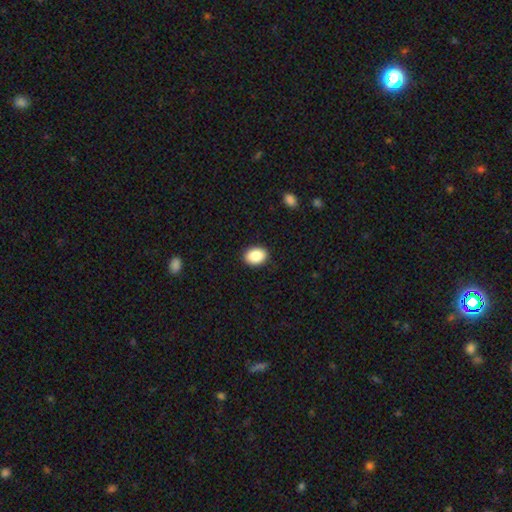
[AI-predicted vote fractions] smooth-or-featured: smooth: 88% | star or artifact: 8% | featured or disk: 4%
  how-rounded: in between: 72% | round: 27% | cigar-shaped: 1%
  merging: none: 90% | minor disturbance: 7% | major disturbance: 2% | merger: 1%